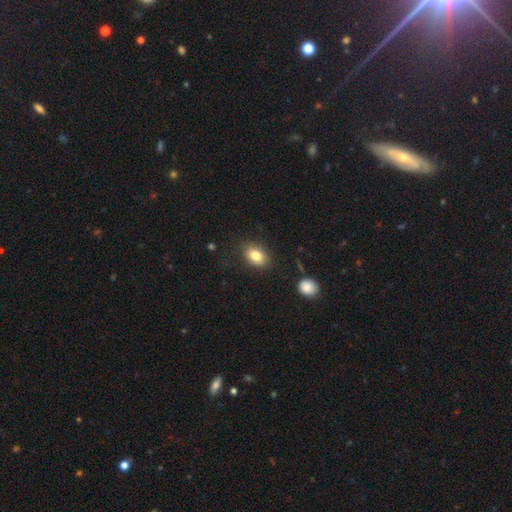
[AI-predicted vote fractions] smooth_or_featured: smooth (p=0.82) [alt: featured or disk p=0.09]
how_rounded: in between (p=0.79) [alt: round p=0.19]
merging: none (p=0.82) [alt: minor disturbance p=0.13]